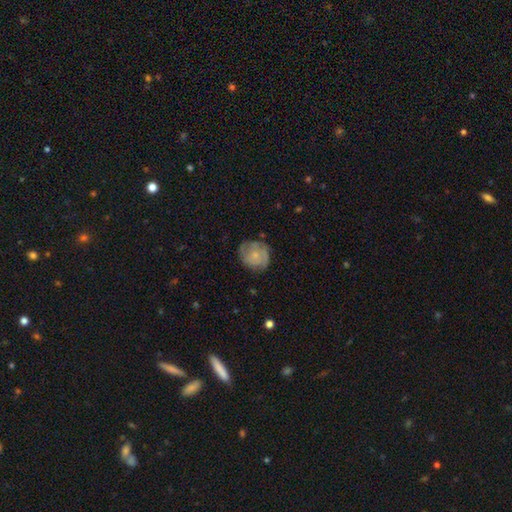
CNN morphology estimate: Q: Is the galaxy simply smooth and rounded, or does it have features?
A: featured or disk — 50%.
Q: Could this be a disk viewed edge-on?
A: no — 98%.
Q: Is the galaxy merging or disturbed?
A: none — 70%.